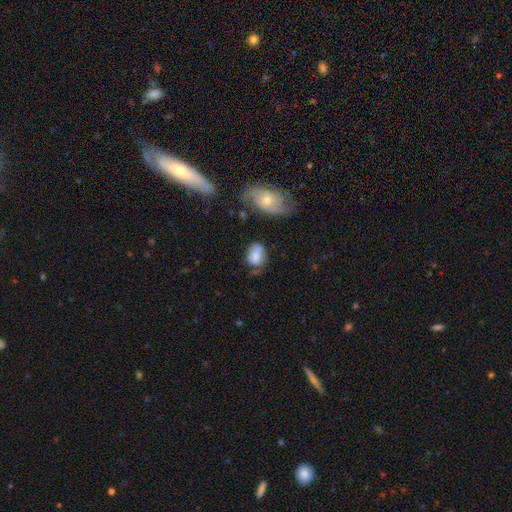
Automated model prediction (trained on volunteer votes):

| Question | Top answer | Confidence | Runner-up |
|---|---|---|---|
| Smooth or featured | smooth | 66% | featured or disk (25%) |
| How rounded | in between | 71% | round (28%) |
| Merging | none | 48% | minor disturbance (31%) |